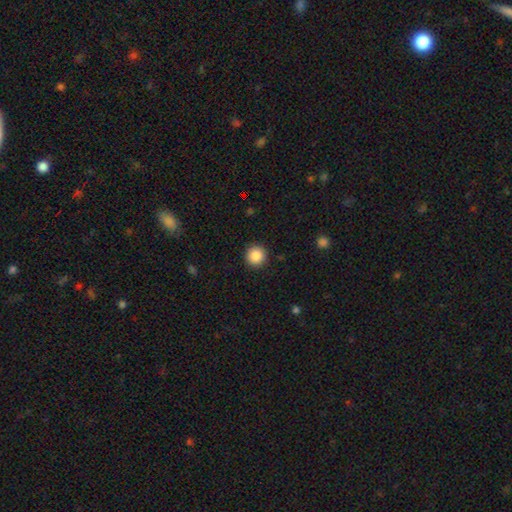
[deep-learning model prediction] smooth_or_featured: smooth (p=0.88) [alt: star or artifact p=0.09]
how_rounded: round (p=0.95) [alt: in between p=0.04]
merging: none (p=0.91) [alt: minor disturbance p=0.05]